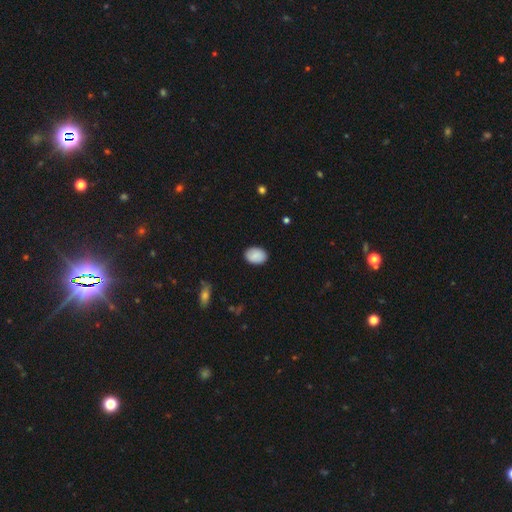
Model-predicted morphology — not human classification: Smooth or featured: smooth — 88% (star or artifact — 7%)
How rounded: in between — 81% (round — 18%)
Merging: none — 87% (minor disturbance — 10%)